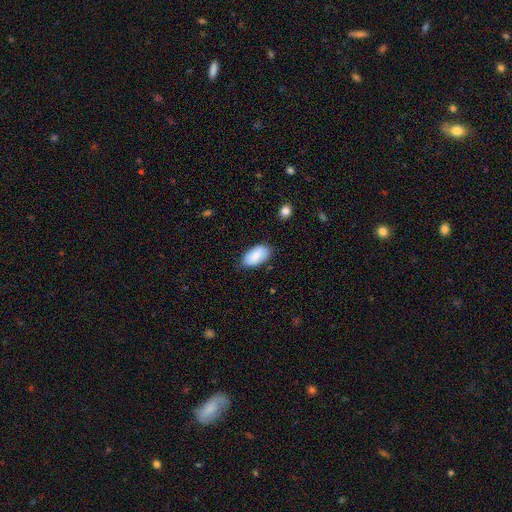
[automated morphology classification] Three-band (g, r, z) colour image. It shows a smooth galaxy with no disk features (80%) that is in between round and cigar-shaped (95%). Merging: none (77%).